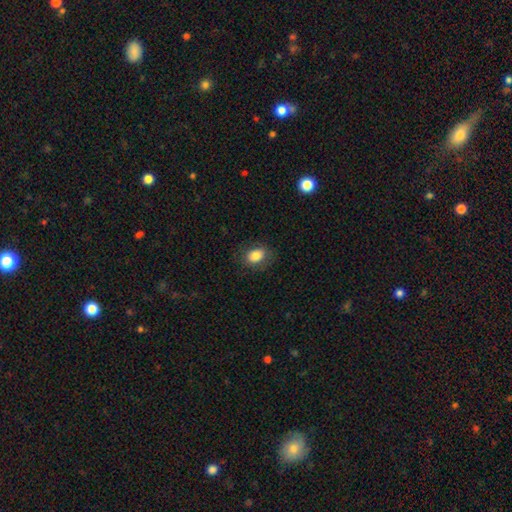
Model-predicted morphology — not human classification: Smooth or featured: smooth — 83% (star or artifact — 9%)
How rounded: in between — 72% (round — 27%)
Merging: none — 81% (minor disturbance — 13%)